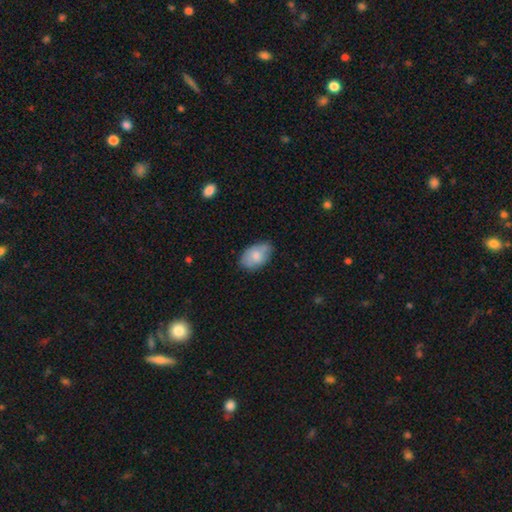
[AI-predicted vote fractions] A smooth galaxy with no disk features (74%) that is in between round and cigar-shaped (91%). Merging: none (67%).